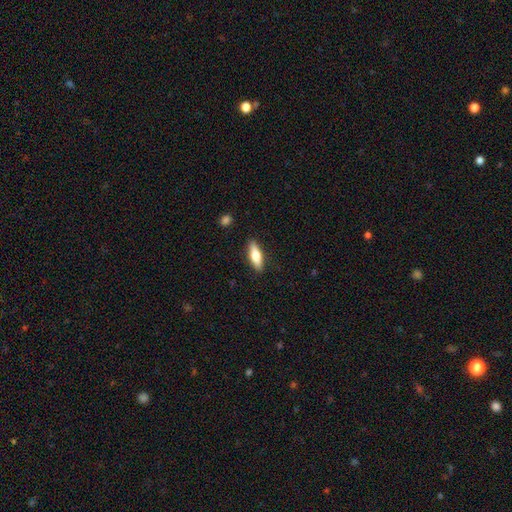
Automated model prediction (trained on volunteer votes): Smooth or featured? Predicted: smooth (p=0.64). How rounded? Predicted: in between (p=0.50). Merging? Predicted: none (p=0.87).